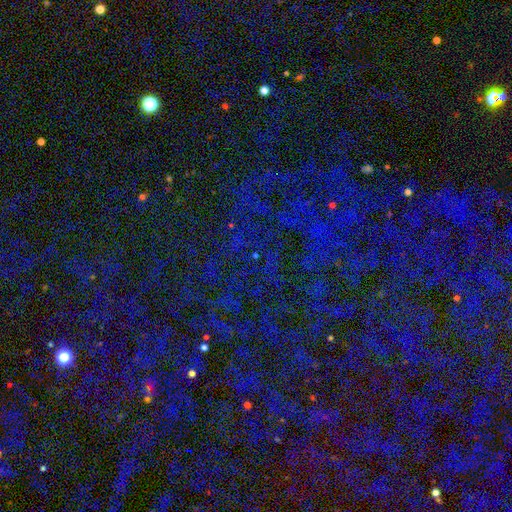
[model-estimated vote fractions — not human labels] Smooth or featured? star or artifact (75%)